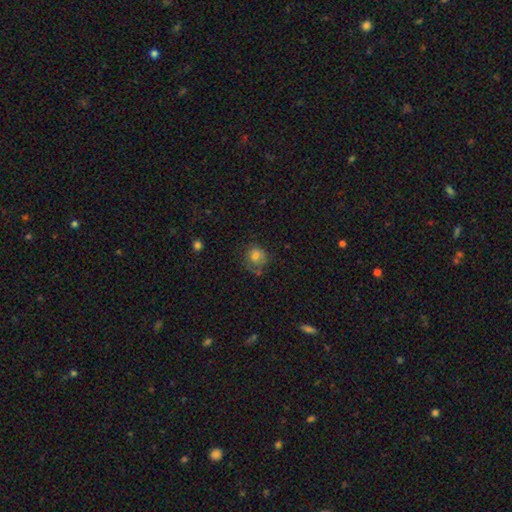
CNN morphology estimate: The model was most divided on "merging": none: 49%, minor disturbance: 27%, major disturbance: 19%, merger: 4%. More confident: smooth or featured — smooth (74%); how rounded — round (72%).